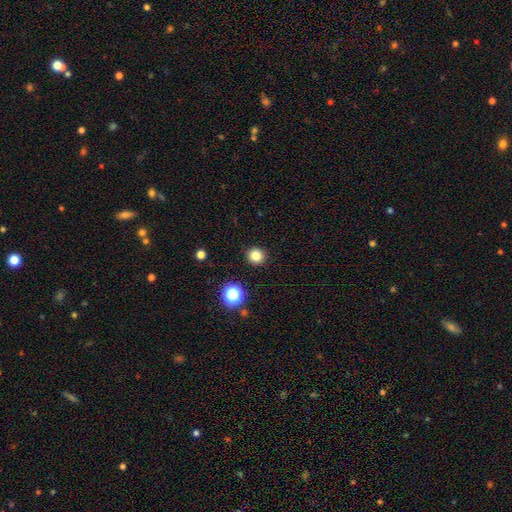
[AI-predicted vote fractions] This appears to be a smooth galaxy with no disk features (82%) that is round (91%). Merging: none (92%).